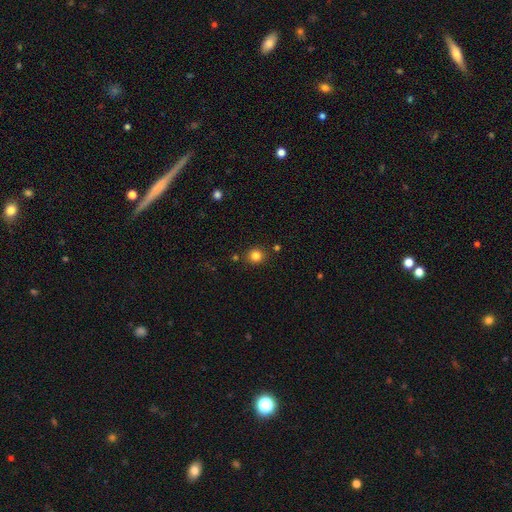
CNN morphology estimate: This is clearly a smooth galaxy (82%). How rounded: clearly round (92%). Merging: clearly none (86%).